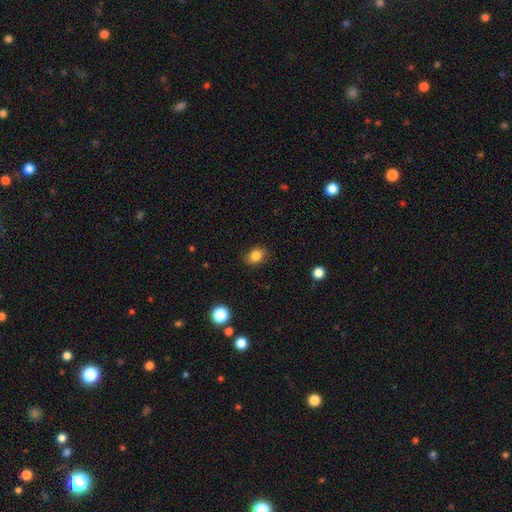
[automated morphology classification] smooth_or_featured: smooth (p=0.84) [alt: star or artifact p=0.11]
how_rounded: in between (p=0.60) [alt: round p=0.39]
merging: none (p=0.83) [alt: minor disturbance p=0.13]